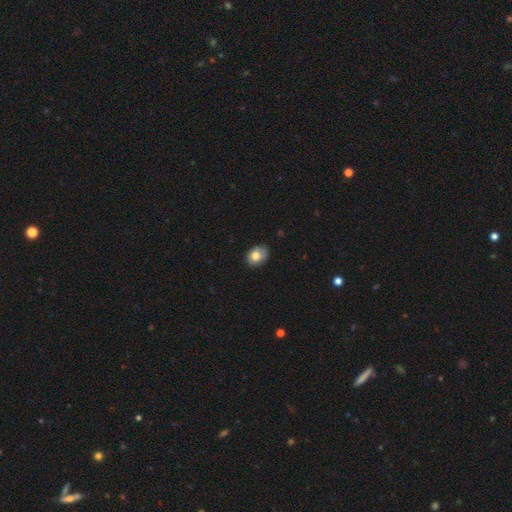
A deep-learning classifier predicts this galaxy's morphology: Smooth or featured?
  - smooth: 80% *
  - featured or disk: 11%
  - star or artifact: 8%
How rounded?
  - in between: 72% *
  - round: 27%
  - cigar-shaped: 1%
Merging?
  - none: 80% *
  - minor disturbance: 16%
  - major disturbance: 2%
  - merger: 1%